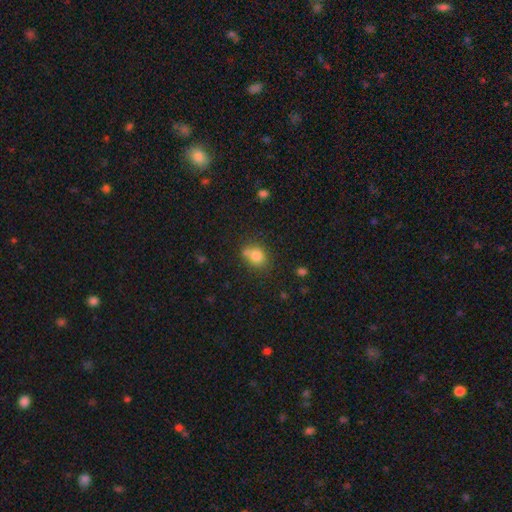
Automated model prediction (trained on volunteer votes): A smooth galaxy with no disk features (79%) that is round (57%). Merging: none (54%).